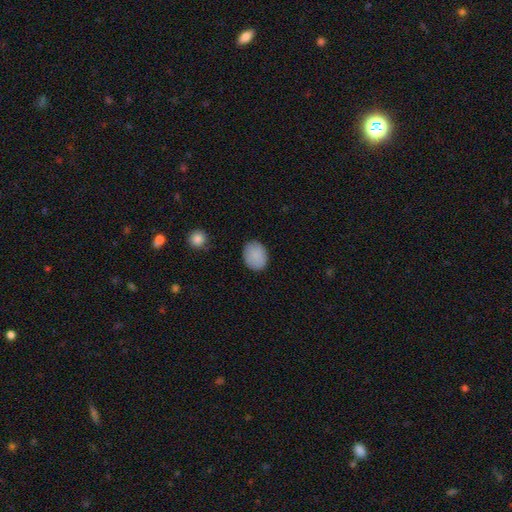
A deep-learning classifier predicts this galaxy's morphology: Smooth or featured?
  - smooth: 87% *
  - star or artifact: 7%
  - featured or disk: 6%
How rounded?
  - in between: 56% *
  - round: 43%
  - cigar-shaped: 1%
Merging?
  - none: 83% *
  - minor disturbance: 13%
  - major disturbance: 3%
  - merger: 1%